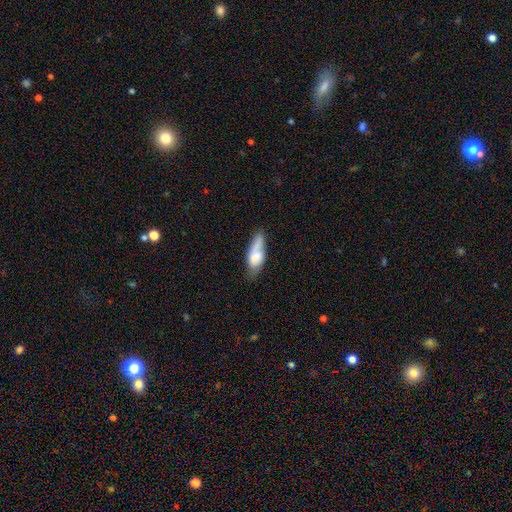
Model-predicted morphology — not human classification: The model was most divided on "merging": none: 48%, minor disturbance: 31%, major disturbance: 12%, merger: 9%. More confident: smooth or featured — smooth (70%); how rounded — in between (65%).